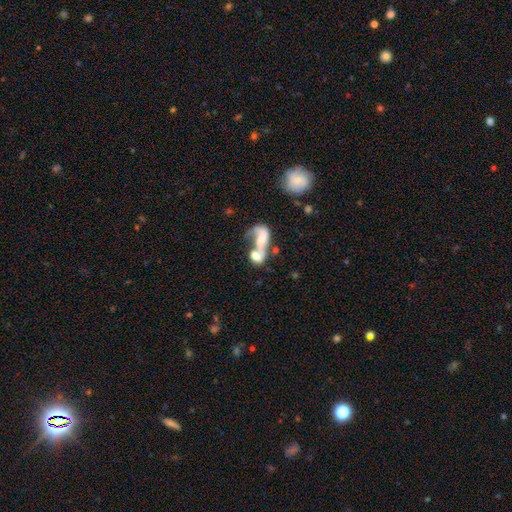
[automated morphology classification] smooth_or_featured: featured or disk (p=0.46) [alt: smooth p=0.44]
merging: merger (p=0.66) [alt: major disturbance p=0.17]